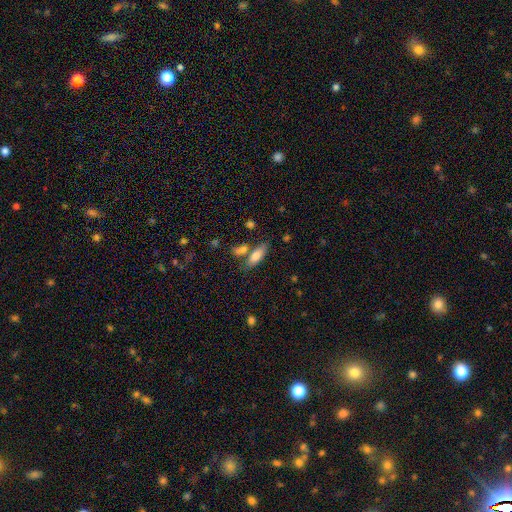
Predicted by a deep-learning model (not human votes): A smooth galaxy with no disk features (77%) that is in between round and cigar-shaped (67%).

Vote fractions:
- Smooth or featured? smooth: 77% / featured or disk: 16% / star or artifact: 7%
- How rounded? in between: 67% / cigar-shaped: 31% / round: 2%
- Merging? none: 62% / merger: 20% / minor disturbance: 14% / major disturbance: 4%